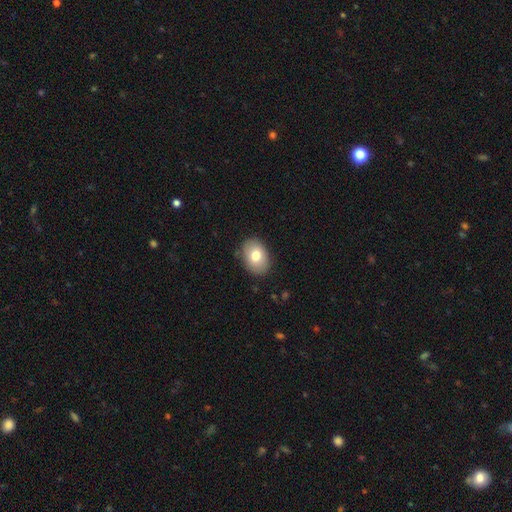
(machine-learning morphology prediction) A smooth galaxy with no disk features (77%) that is in between round and cigar-shaped (77%). Merging: none (85%).